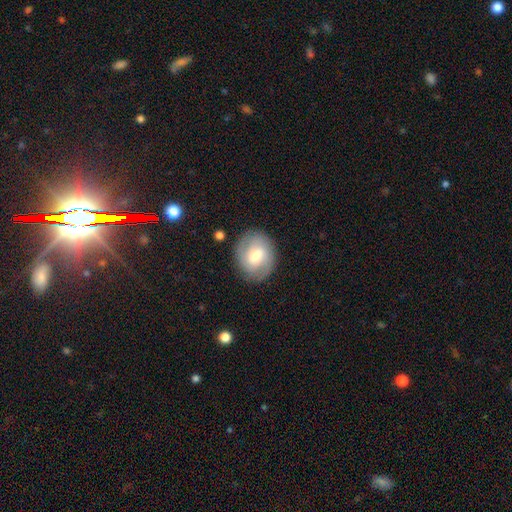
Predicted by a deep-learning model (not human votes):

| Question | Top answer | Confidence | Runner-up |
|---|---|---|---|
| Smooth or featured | featured or disk | 50% | smooth (43%) |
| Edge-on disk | no | 96% | yes (4%) |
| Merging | none | 81% | minor disturbance (13%) |